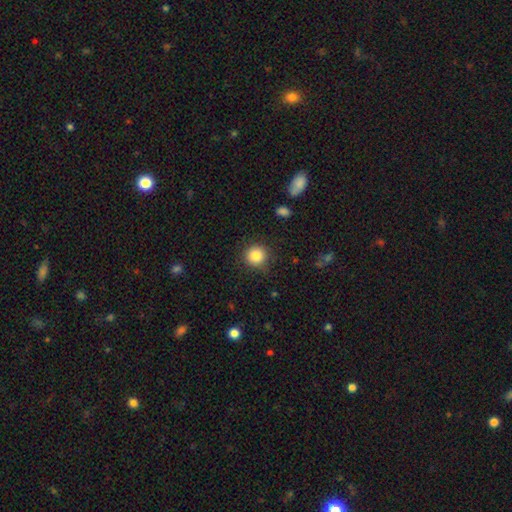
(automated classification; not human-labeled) Smooth or featured? smooth (84%)
How rounded? round (93%)
Merging? none (87%)